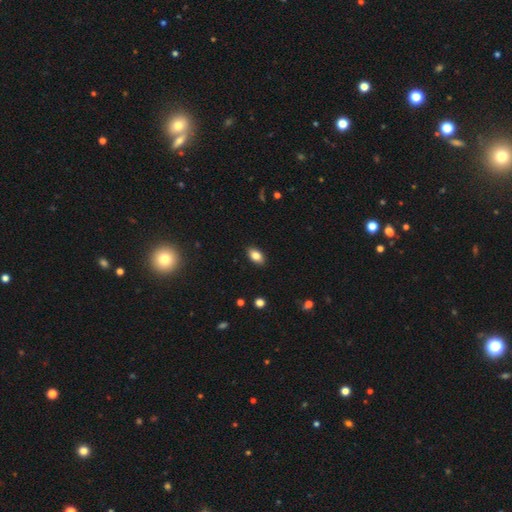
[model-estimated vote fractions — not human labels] Smooth or featured?
  - smooth: 85% *
  - star or artifact: 8%
  - featured or disk: 7%
How rounded?
  - in between: 90% *
  - round: 7%
  - cigar-shaped: 3%
Merging?
  - none: 88% *
  - minor disturbance: 9%
  - major disturbance: 2%
  - merger: 1%